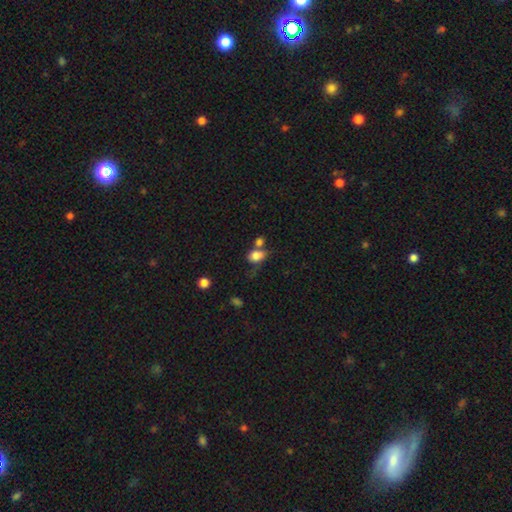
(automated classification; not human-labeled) smooth-or-featured: smooth: 79% | star or artifact: 11% | featured or disk: 10%
  how-rounded: in between: 73% | round: 25% | cigar-shaped: 2%
  merging: none: 36% | merger: 35% | minor disturbance: 18% | major disturbance: 11%